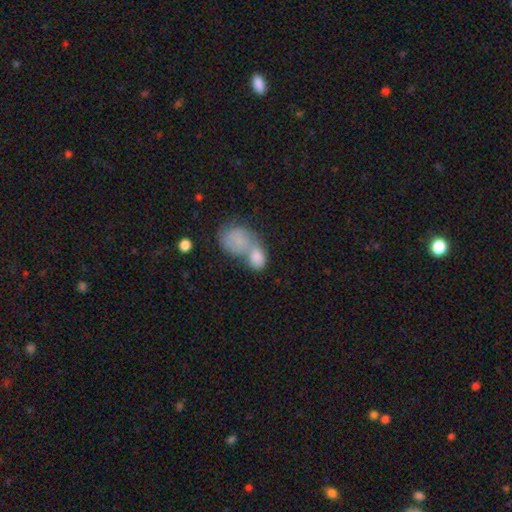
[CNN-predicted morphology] smooth-or-featured: smooth: 72% | featured or disk: 19% | star or artifact: 9%
  how-rounded: in between: 67% | round: 31% | cigar-shaped: 2%
  merging: merger: 72% | none: 16% | minor disturbance: 7% | major disturbance: 5%